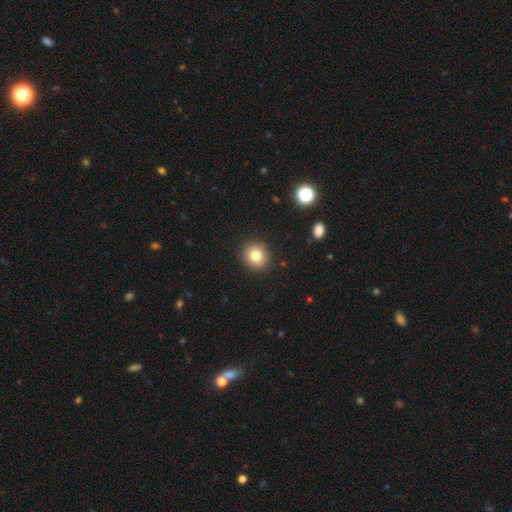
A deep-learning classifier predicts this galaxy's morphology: Smooth or featured: smooth — 80% (star or artifact — 11%)
How rounded: round — 86% (in between — 13%)
Merging: none — 91% (minor disturbance — 6%)